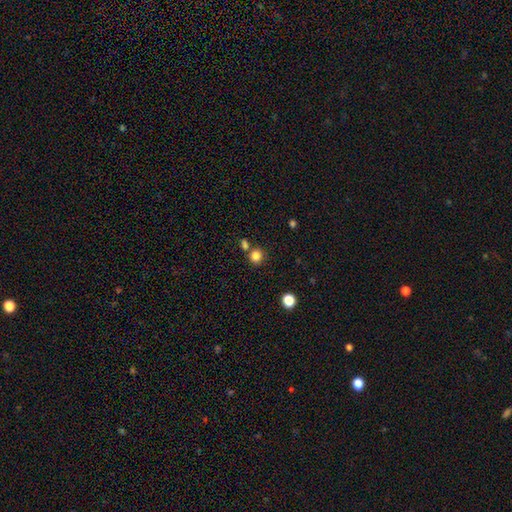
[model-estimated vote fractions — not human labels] A smooth galaxy with no disk features (83%) that is round (88%). Merging: none (72%).